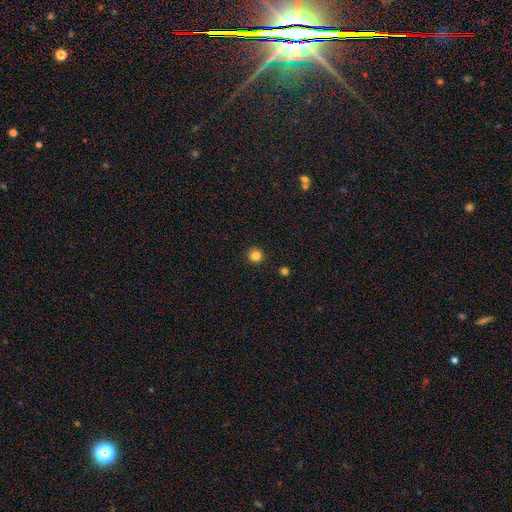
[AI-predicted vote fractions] Smooth or featured? Predicted: smooth (p=0.84). How rounded? Predicted: round (p=0.93). Merging? Predicted: none (p=0.92).